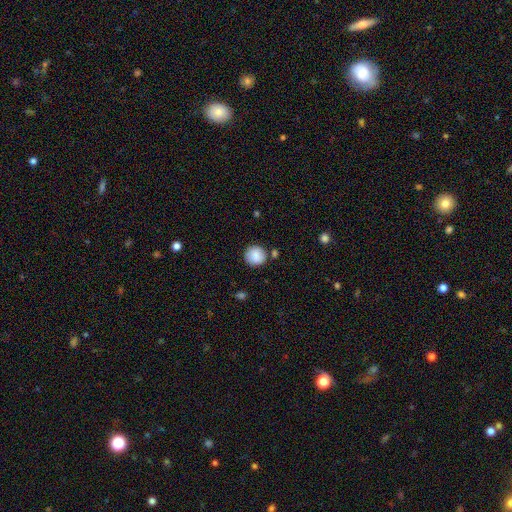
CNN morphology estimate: A smooth galaxy with no disk features (87%) that is round (93%). Merging: none (81%).